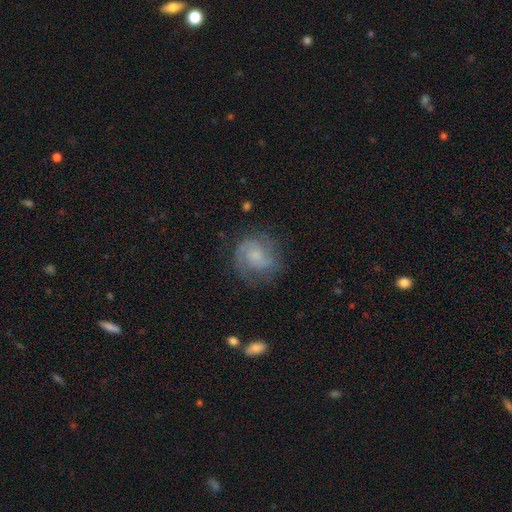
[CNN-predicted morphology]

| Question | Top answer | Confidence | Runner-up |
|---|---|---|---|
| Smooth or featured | featured or disk | 68% | smooth (24%) |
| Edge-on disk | no | 98% | yes (2%) |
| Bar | no | 59% | weak (36%) |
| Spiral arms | yes | 91% | no (9%) |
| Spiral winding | medium | 45% | tight (36%) |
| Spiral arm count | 2 | 66% | can't tell (16%) |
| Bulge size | small | 45% | moderate (28%) |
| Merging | none | 70% | minor disturbance (19%) |